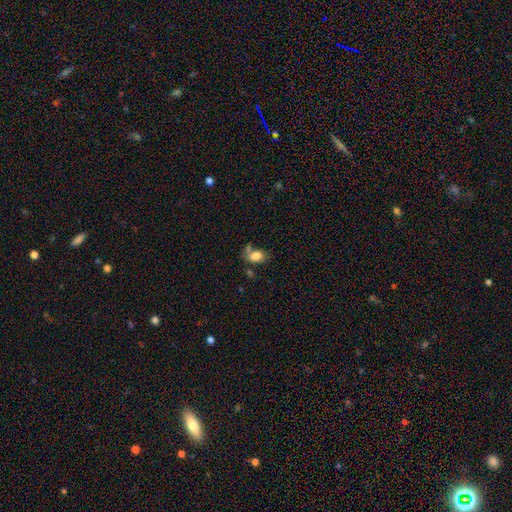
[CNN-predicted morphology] Smooth or featured? smooth (80%)
How rounded? in between (79%)
Merging? none (44%)